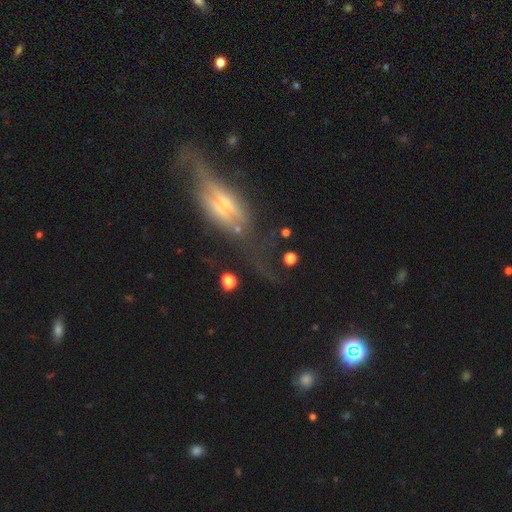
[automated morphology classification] smooth_or_featured: featured or disk (p=0.67) [alt: smooth p=0.20]
disk_edge_on: yes (p=0.52) [alt: no p=0.48]
merging: none (p=0.58) [alt: minor disturbance p=0.21]